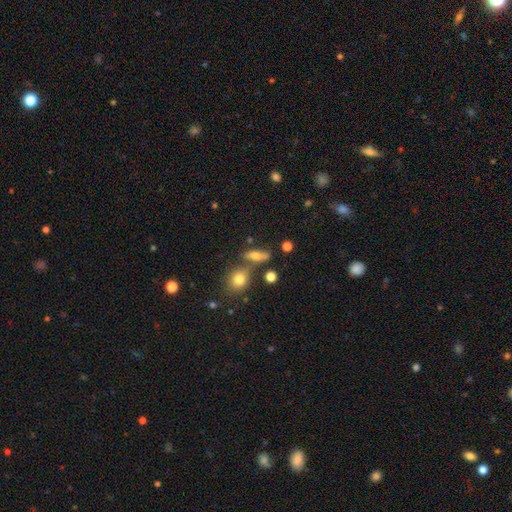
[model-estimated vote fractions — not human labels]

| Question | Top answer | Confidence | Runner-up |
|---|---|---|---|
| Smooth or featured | smooth | 57% | featured or disk (29%) |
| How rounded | in between | 51% | cigar-shaped (36%) |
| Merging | none | 58% | merger (18%) |